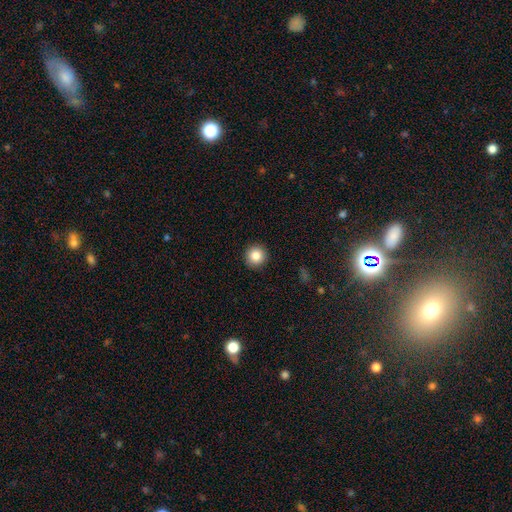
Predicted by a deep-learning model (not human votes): A smooth galaxy with no disk features (85%) that is round (95%). Merging: none (93%).